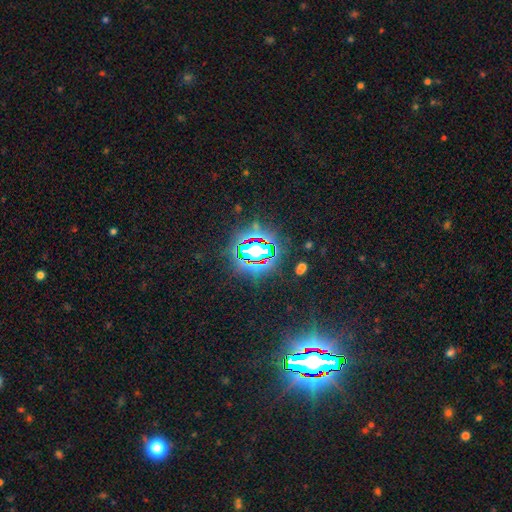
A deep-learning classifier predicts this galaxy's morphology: Overall: star or artifact (83%).